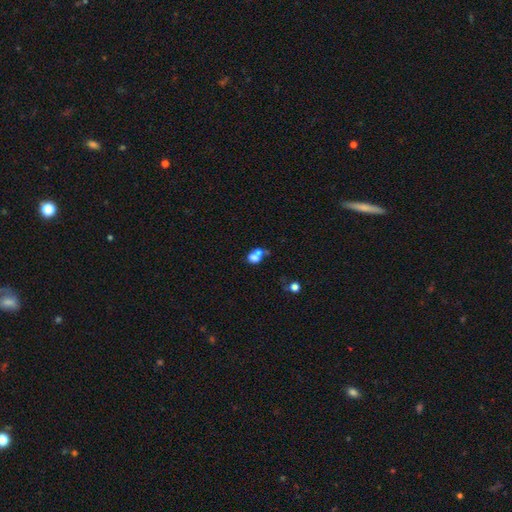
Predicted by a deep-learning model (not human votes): A smooth galaxy with no disk features (67%) that is in between round and cigar-shaped (58%).

Vote fractions:
- Smooth or featured? smooth: 67% / featured or disk: 20% / star or artifact: 13%
- How rounded? in between: 58% / round: 40% / cigar-shaped: 2%
- Merging? merger: 59% / none: 23% / minor disturbance: 9% / major disturbance: 9%